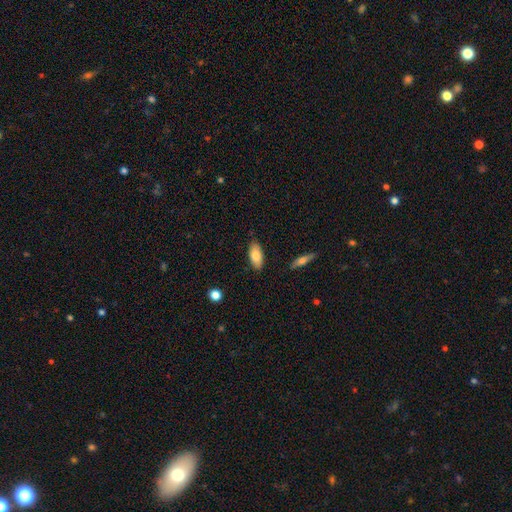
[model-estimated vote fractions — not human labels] Smooth or featured? smooth (82%)
How rounded? in between (88%)
Merging? none (85%)